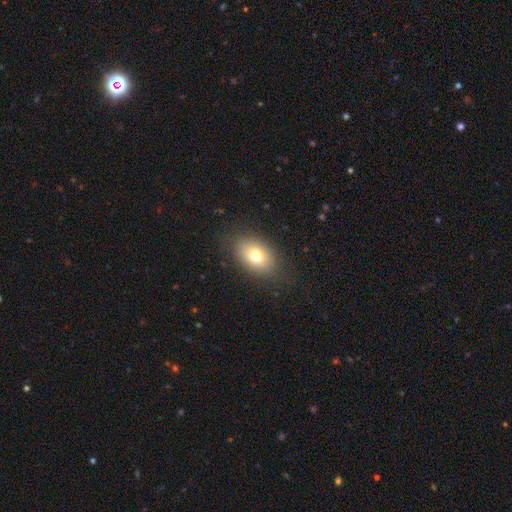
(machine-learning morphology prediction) This appears to be a smooth galaxy with no disk features (75%) that is in between round and cigar-shaped (83%). Merging: none (83%).